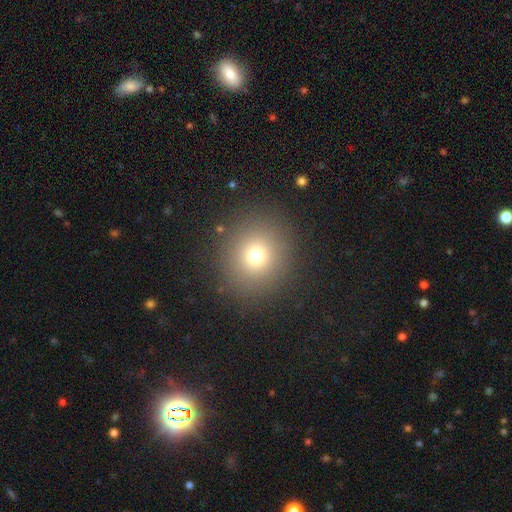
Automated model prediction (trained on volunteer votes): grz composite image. It shows a smooth galaxy with no disk features (71%) that is round (90%). Merging: none (88%).